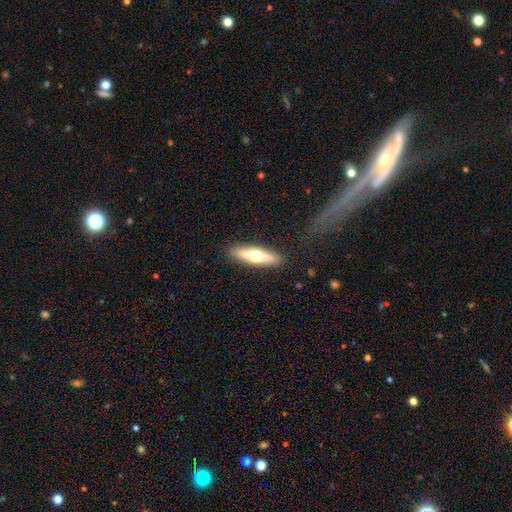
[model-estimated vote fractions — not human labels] Smooth or featured? Predicted: smooth (p=0.48). Merging? Predicted: none (p=0.88).